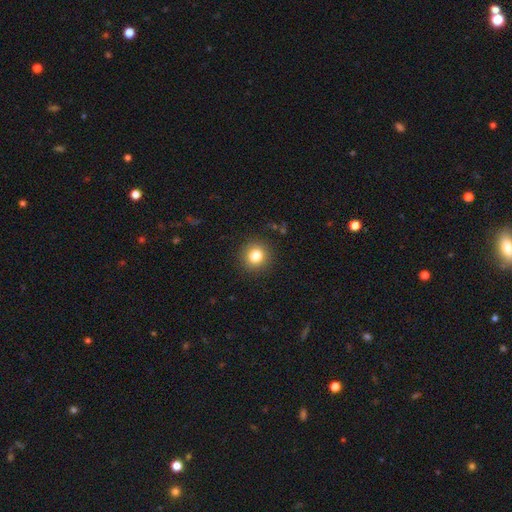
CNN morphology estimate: This is clearly a smooth galaxy (81%). How rounded: clearly round (91%). Merging: clearly none (90%).